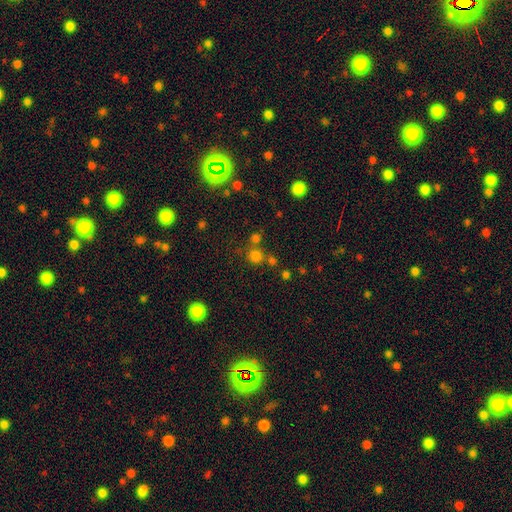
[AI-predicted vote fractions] smooth 72%, star or artifact 21%, featured or disk 7%. Down the decision tree: how rounded — round (90%); merging — none (67%).